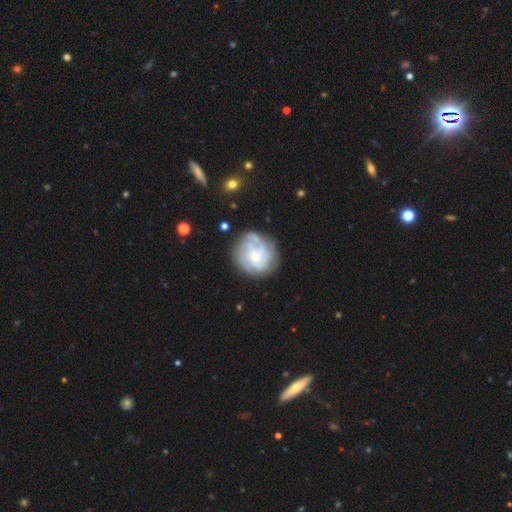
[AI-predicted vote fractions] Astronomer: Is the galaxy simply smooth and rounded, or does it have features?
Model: featured or disk — 67%.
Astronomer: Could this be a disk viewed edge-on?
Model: no — 98%.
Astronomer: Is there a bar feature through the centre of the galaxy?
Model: no — 71%.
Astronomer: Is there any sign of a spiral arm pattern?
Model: yes — 84%.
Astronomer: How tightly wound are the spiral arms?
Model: tight — 57%.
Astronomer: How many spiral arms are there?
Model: can't tell — 42% (runner-up: 4, 18%).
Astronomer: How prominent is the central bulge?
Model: small — 68%.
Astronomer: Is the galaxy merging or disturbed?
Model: none — 73%.